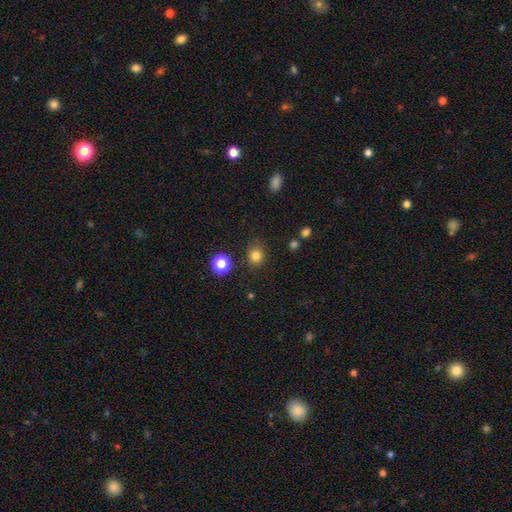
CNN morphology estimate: A smooth galaxy with no disk features (81%) that is round (82%). Merging: none (83%).